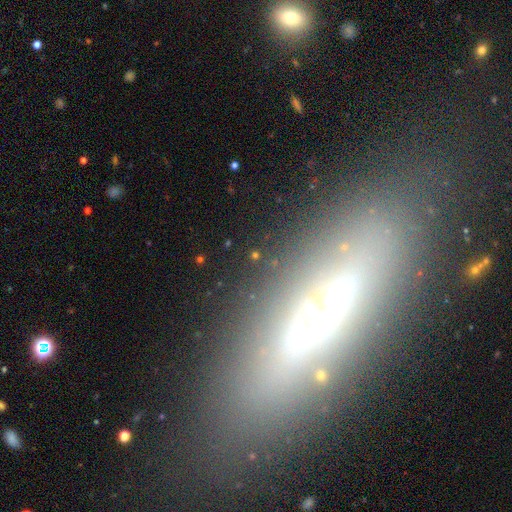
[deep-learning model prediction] star or artifact 39%, featured or disk 34%, smooth 27%.